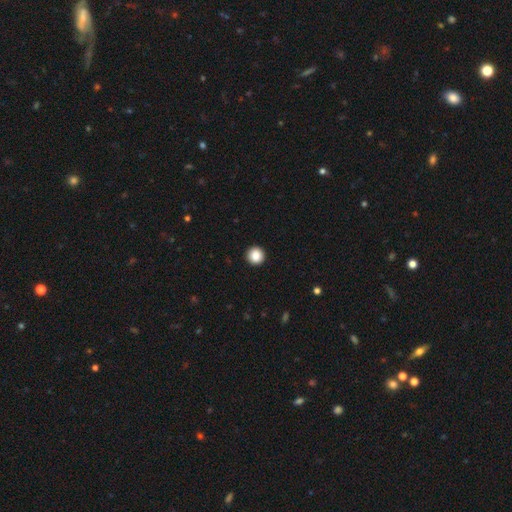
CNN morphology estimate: Q: Smooth or featured?
A: smooth (87%); runner-up: star or artifact (9%)
Q: How rounded?
A: round (95%); runner-up: in between (4%)
Q: Merging?
A: none (94%); runner-up: minor disturbance (4%)